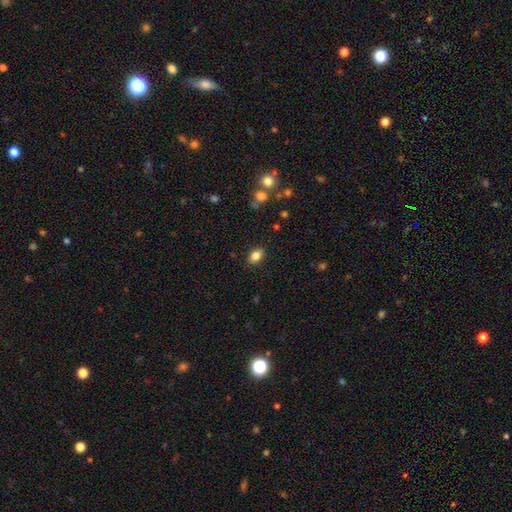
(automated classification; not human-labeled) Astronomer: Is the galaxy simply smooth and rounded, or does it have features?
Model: smooth — 83%.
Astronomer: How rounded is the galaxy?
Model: in between — 81%.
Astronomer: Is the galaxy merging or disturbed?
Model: none — 87%.